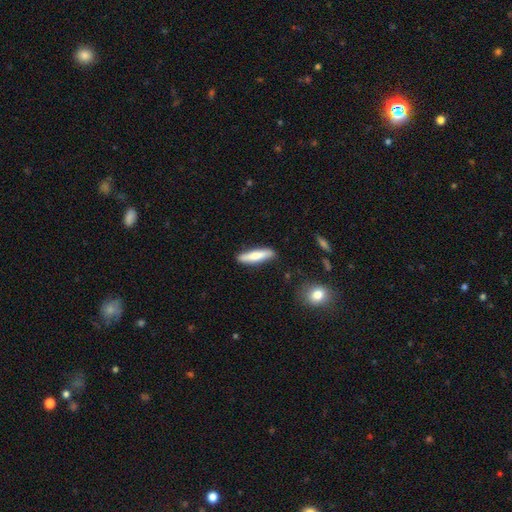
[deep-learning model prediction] Smooth or featured? Predicted: smooth (p=0.74). How rounded? Predicted: cigar-shaped (p=0.80). Merging? Predicted: none (p=0.86).